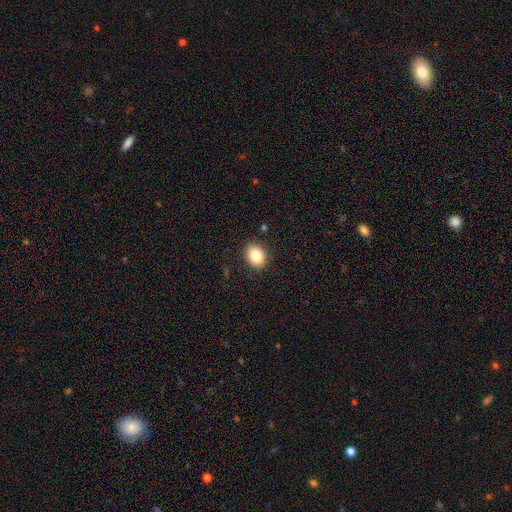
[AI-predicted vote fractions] Q: Smooth or featured?
A: smooth (83%); runner-up: star or artifact (9%)
Q: How rounded?
A: in between (58%); runner-up: round (42%)
Q: Merging?
A: none (89%); runner-up: minor disturbance (8%)